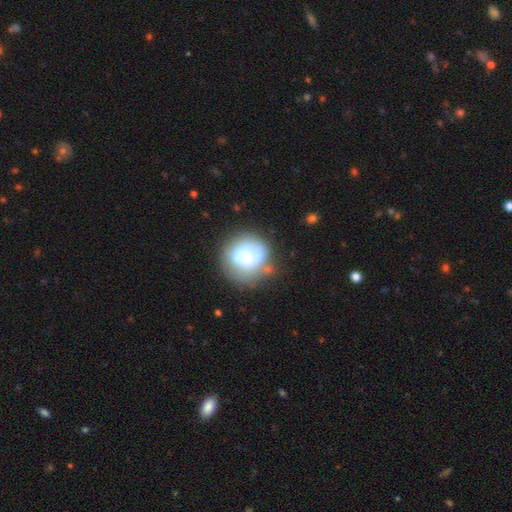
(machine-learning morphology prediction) This is possibly a smooth galaxy (52%). How rounded: clearly round (86%). Merging: possibly none (52%).